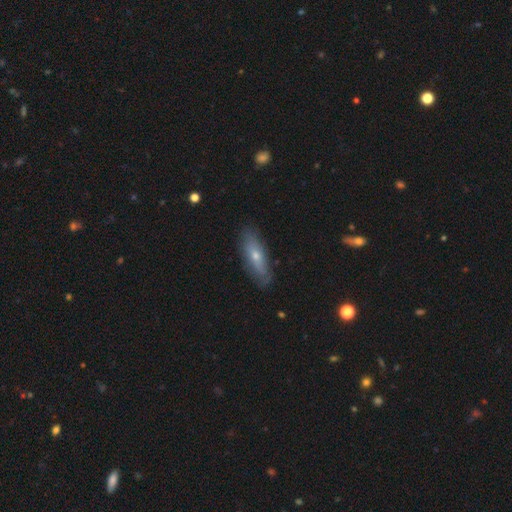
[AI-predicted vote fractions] Smooth or featured?
  - smooth: 52% *
  - featured or disk: 41%
  - star or artifact: 7%
How rounded?
  - in between: 50% *
  - cigar-shaped: 48%
  - round: 3%
Merging?
  - none: 81% *
  - minor disturbance: 15%
  - major disturbance: 3%
  - merger: 1%